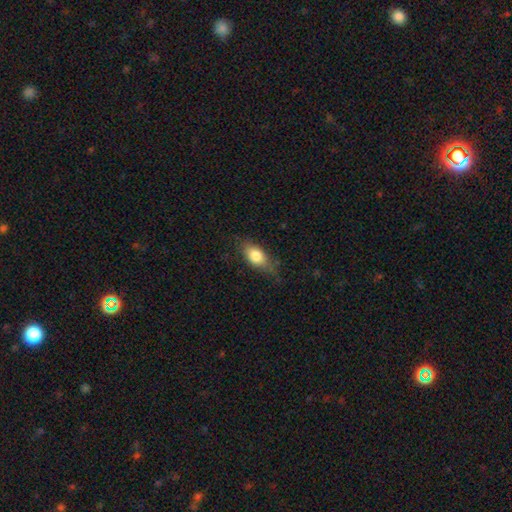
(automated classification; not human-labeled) This appears to be a smooth galaxy with no disk features (78%) that is in between round and cigar-shaped (82%). Merging: none (66%).